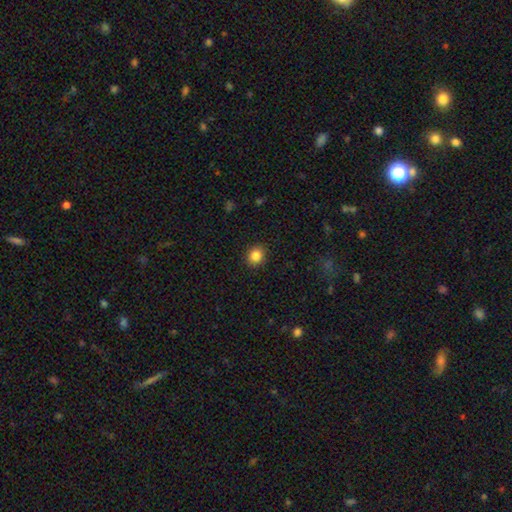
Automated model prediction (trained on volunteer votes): Smooth or featured: smooth — 85% (star or artifact — 10%)
How rounded: round — 78% (in between — 22%)
Merging: none — 91% (minor disturbance — 6%)